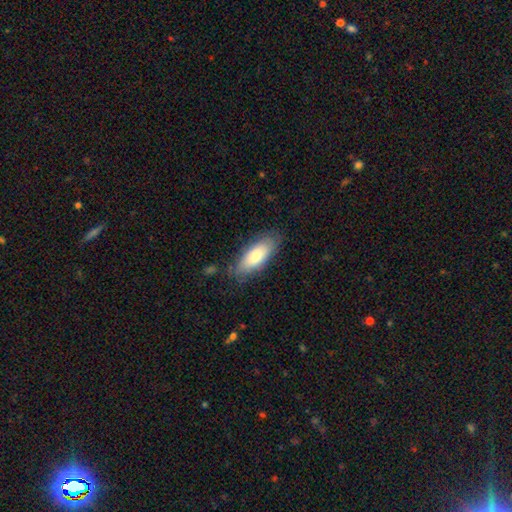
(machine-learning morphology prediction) Q: Smooth or featured?
A: smooth (78%); runner-up: featured or disk (17%)
Q: How rounded?
A: in between (74%); runner-up: cigar-shaped (24%)
Q: Merging?
A: none (79%); runner-up: minor disturbance (16%)